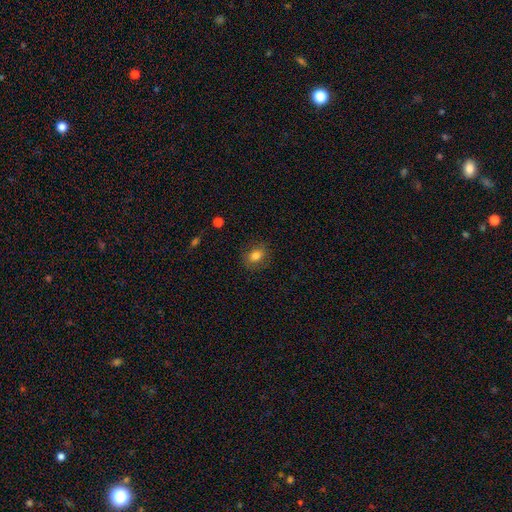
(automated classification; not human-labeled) This is likely a smooth galaxy (79%). How rounded: possibly in between (52%). Merging: clearly none (81%).